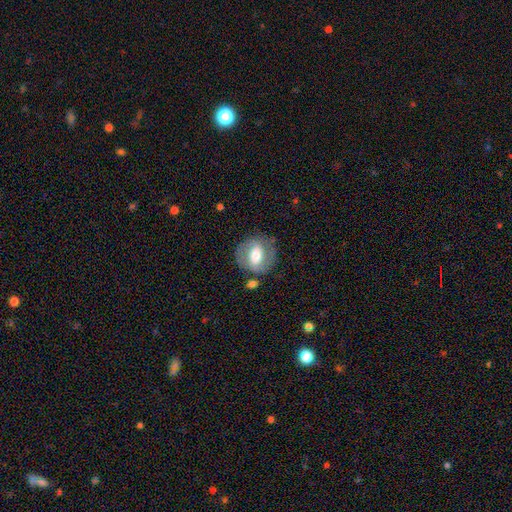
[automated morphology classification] Smooth or featured? Predicted: featured or disk (p=0.48). Merging? Predicted: none (p=0.74).